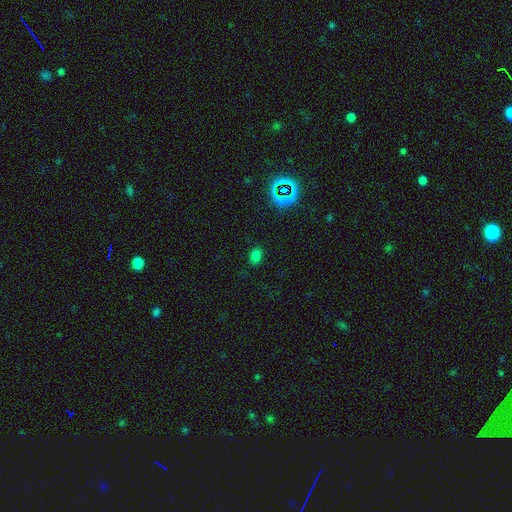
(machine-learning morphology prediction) Smooth or featured? Predicted: smooth (p=0.71). How rounded? Predicted: in between (p=0.74). Merging? Predicted: none (p=0.84).